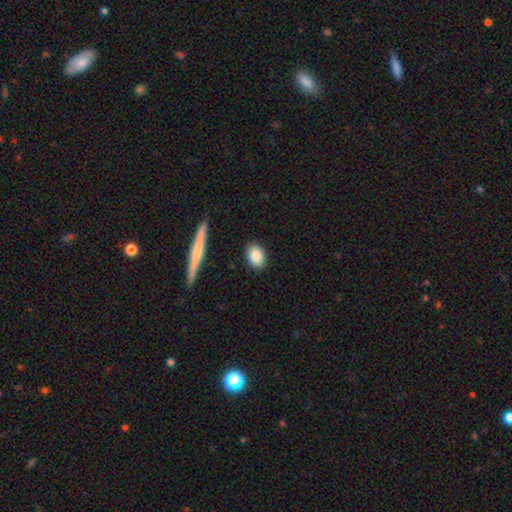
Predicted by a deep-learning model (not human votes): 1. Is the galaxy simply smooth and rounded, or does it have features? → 85% smooth, 8% featured or disk, 7% star or artifact.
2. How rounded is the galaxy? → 73% in between, 24% round, 3% cigar-shaped.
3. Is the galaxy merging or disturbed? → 88% none, 8% minor disturbance, 2% major disturbance, 2% merger.